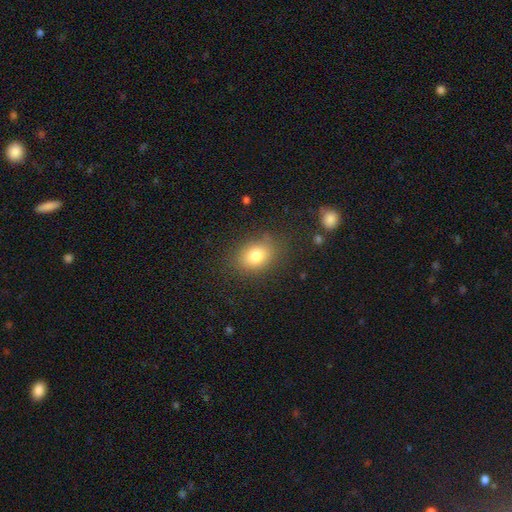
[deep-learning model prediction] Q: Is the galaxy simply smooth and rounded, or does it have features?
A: smooth — 80%.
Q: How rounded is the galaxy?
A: in between — 64%.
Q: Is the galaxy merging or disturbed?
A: none — 80%.